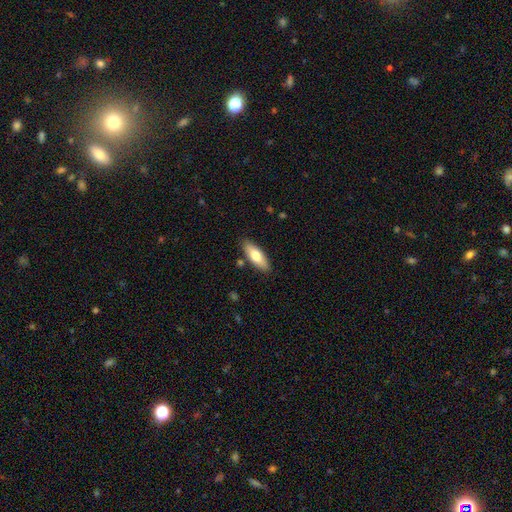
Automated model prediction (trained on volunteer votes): Smooth or featured: smooth — 71% (featured or disk — 23%)
How rounded: in between — 65% (cigar-shaped — 33%)
Merging: none — 86% (minor disturbance — 10%)